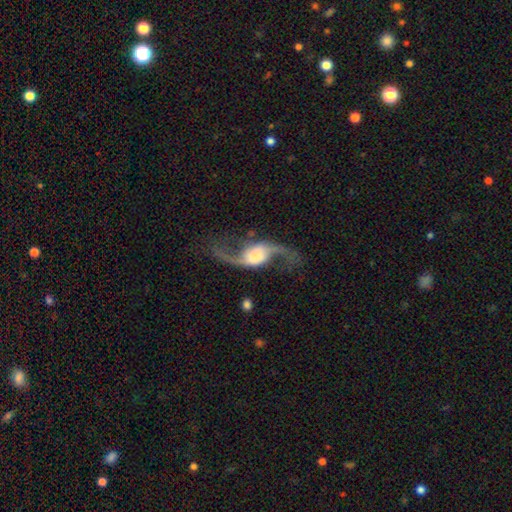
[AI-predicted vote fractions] Smooth or featured? Predicted: featured or disk (p=0.89). Edge-on disk? Predicted: no (p=0.95). Bar? Predicted: no (p=0.50). Spiral arms? Predicted: yes (p=0.97). Spiral winding? Predicted: loose (p=0.90). Spiral arm count? Predicted: 2 (p=0.94). Bulge size? Predicted: large (p=0.34). Merging? Predicted: none (p=0.71).